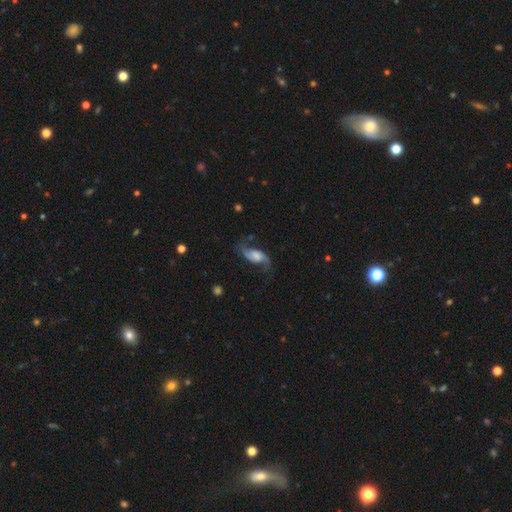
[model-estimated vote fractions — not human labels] smooth-or-featured: featured or disk: 80% | smooth: 13% | star or artifact: 6%
  disk-edge-on: no: 95% | yes: 5%
    bar: no: 48% | weak: 38% | strong: 14%
    has-spiral-arms: yes: 95% | no: 5%
      spiral-winding: loose: 69% | medium: 25% | tight: 6%
      spiral-arm-count: 2: 92% | 1: 3% | can't tell: 2% | 3: 1% | 4: 1% | more than 4: 1%
    bulge-size: none: 27% | moderate: 24% | large: 22% | small: 22% | dominant: 4%
  merging: none: 68% | minor disturbance: 17% | major disturbance: 12% | merger: 2%